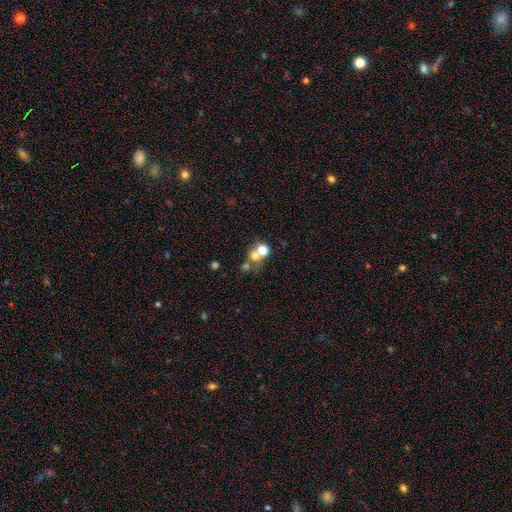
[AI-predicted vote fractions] A smooth galaxy with no disk features (62%) that is round (79%). Merging: merger (51%).